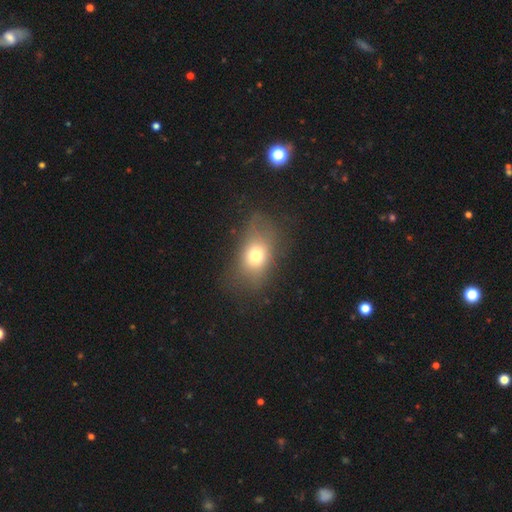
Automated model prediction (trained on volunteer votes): smooth-or-featured: smooth: 71% | featured or disk: 16% | star or artifact: 13%
  how-rounded: in between: 71% | round: 27% | cigar-shaped: 2%
  merging: none: 62% | minor disturbance: 21% | major disturbance: 15% | merger: 2%